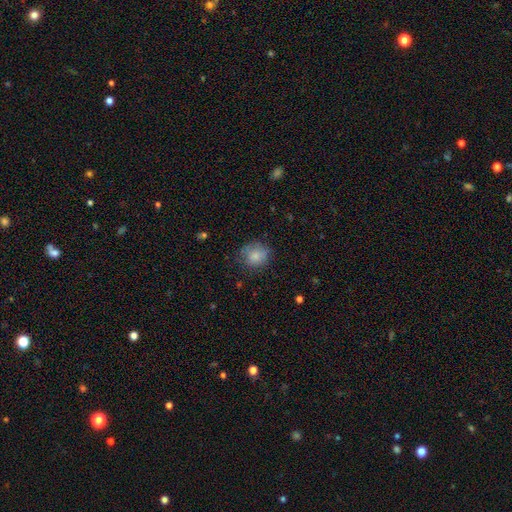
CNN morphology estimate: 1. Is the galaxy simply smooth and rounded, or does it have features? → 80% smooth, 11% featured or disk, 10% star or artifact.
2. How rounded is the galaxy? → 79% round, 20% in between, 1% cigar-shaped.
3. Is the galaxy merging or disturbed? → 70% none, 21% minor disturbance, 7% major disturbance, 2% merger.